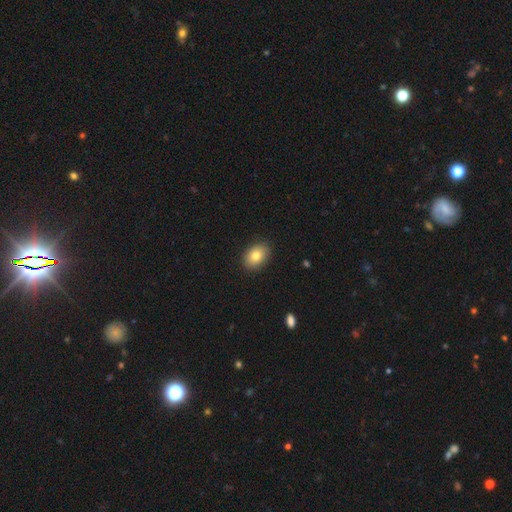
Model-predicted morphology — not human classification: Smooth or featured? Predicted: smooth (p=0.82). How rounded? Predicted: in between (p=0.78). Merging? Predicted: none (p=0.88).